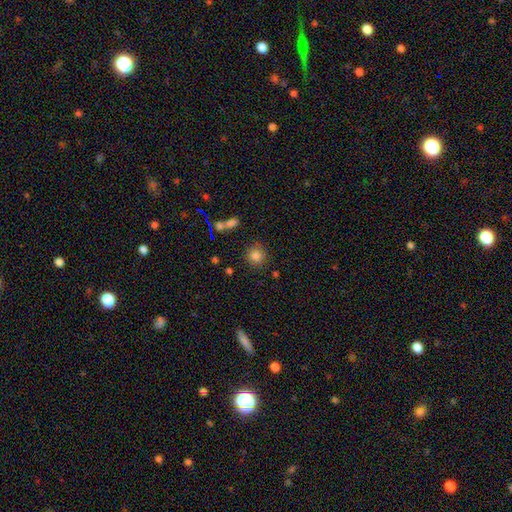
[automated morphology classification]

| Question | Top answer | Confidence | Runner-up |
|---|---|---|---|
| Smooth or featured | smooth | 82% | star or artifact (12%) |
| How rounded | round | 91% | in between (8%) |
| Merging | none | 82% | minor disturbance (10%) |